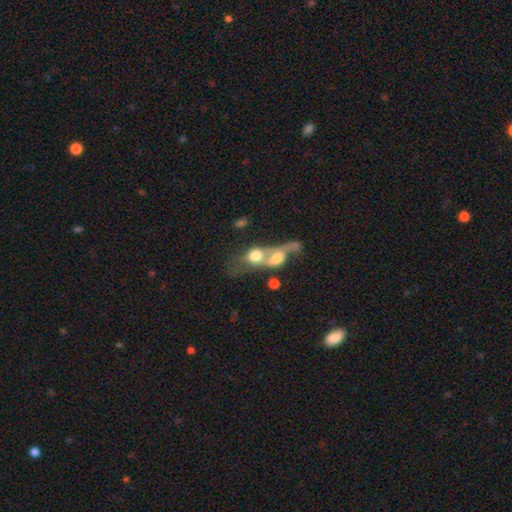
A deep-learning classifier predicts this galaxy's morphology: Q: Smooth or featured?
A: smooth (57%); runner-up: featured or disk (32%)
Q: How rounded?
A: in between (54%); runner-up: round (38%)
Q: Merging?
A: merger (80%); runner-up: major disturbance (9%)